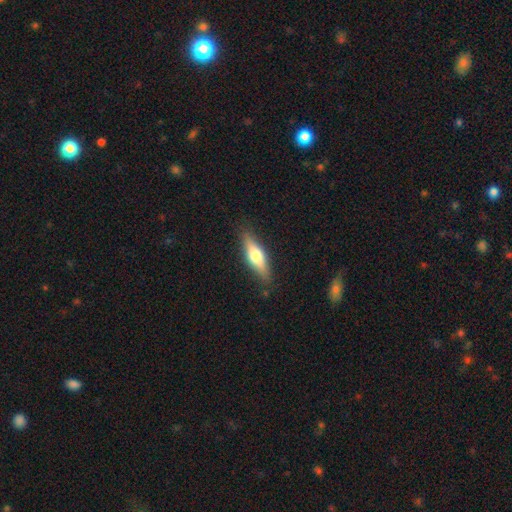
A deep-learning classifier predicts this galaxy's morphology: A smooth galaxy with no disk features (53%) that is cigar-shaped (55%). Merging: none (85%).